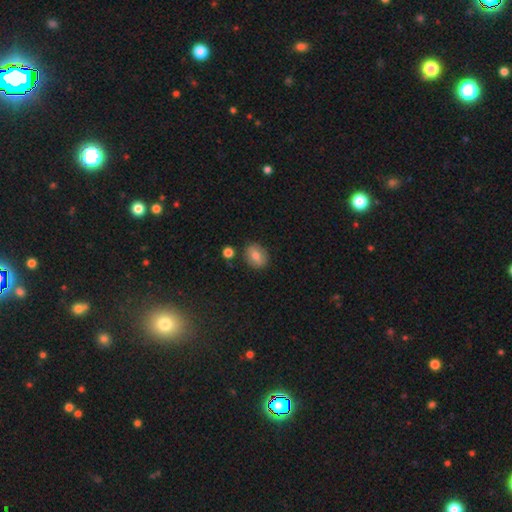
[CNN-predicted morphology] Smooth or featured?
  - smooth: 75% *
  - featured or disk: 16%
  - star or artifact: 9%
How rounded?
  - round: 54% *
  - in between: 45%
  - cigar-shaped: 1%
Merging?
  - none: 84% *
  - minor disturbance: 10%
  - merger: 4%
  - major disturbance: 2%